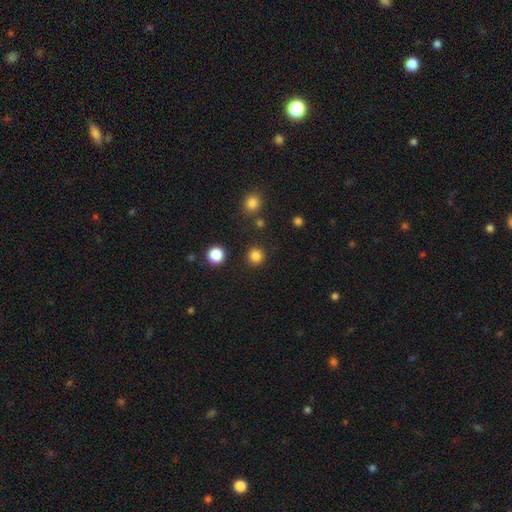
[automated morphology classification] This is clearly a smooth galaxy (83%). How rounded: clearly round (94%). Merging: clearly none (91%).